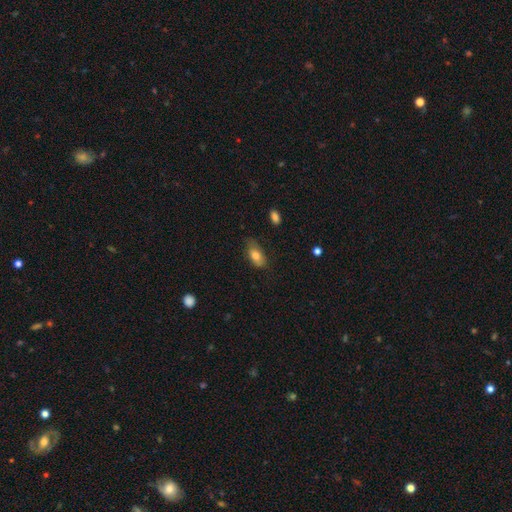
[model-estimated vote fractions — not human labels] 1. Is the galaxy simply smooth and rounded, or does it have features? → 76% smooth, 16% featured or disk, 7% star or artifact.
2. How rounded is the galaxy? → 89% in between, 6% round, 5% cigar-shaped.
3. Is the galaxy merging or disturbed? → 65% none, 27% minor disturbance, 7% major disturbance, 1% merger.